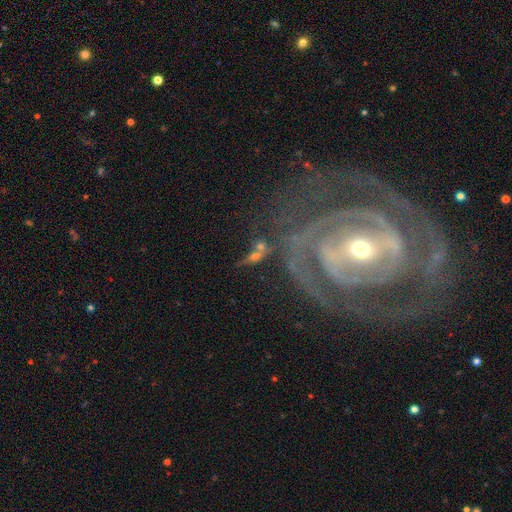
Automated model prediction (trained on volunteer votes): smooth-or-featured: featured or disk: 55% | smooth: 29% | star or artifact: 16%
  disk-edge-on: no: 80% | yes: 20%
  merging: none: 48% | minor disturbance: 20% | merger: 16% | major disturbance: 16%